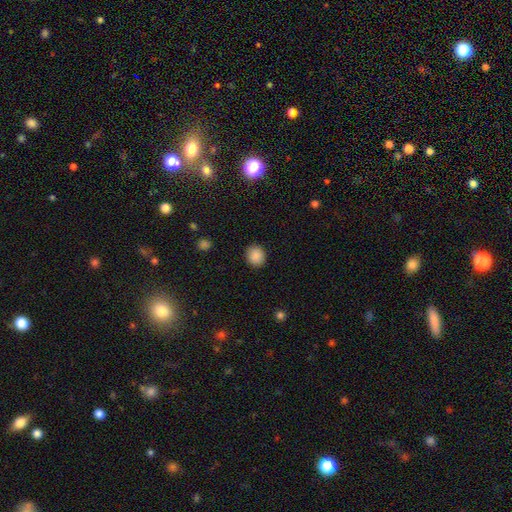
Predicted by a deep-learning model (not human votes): A smooth galaxy with no disk features (88%) that is round (74%).

Vote fractions:
- Smooth or featured? smooth: 88% / star or artifact: 9% / featured or disk: 3%
- How rounded? round: 74% / in between: 25% / cigar-shaped: 1%
- Merging? none: 90% / minor disturbance: 7% / major disturbance: 2% / merger: 1%